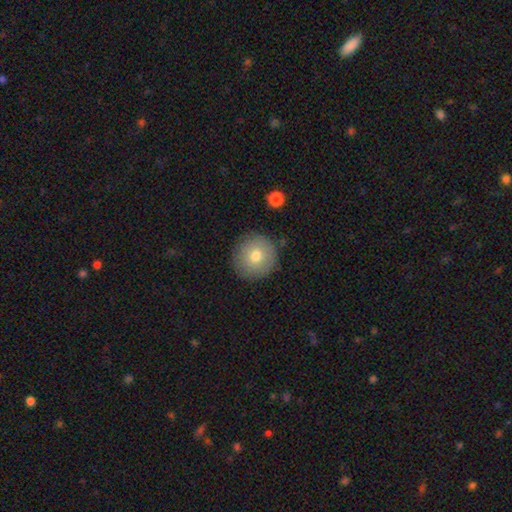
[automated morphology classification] type=smooth (75%); roundness=round (95%); merging=none (88%).